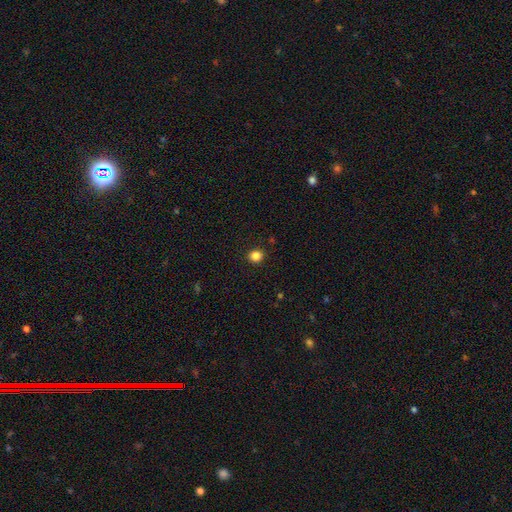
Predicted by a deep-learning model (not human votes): This is clearly a smooth galaxy (84%). How rounded: clearly round (83%). Merging: clearly none (92%).